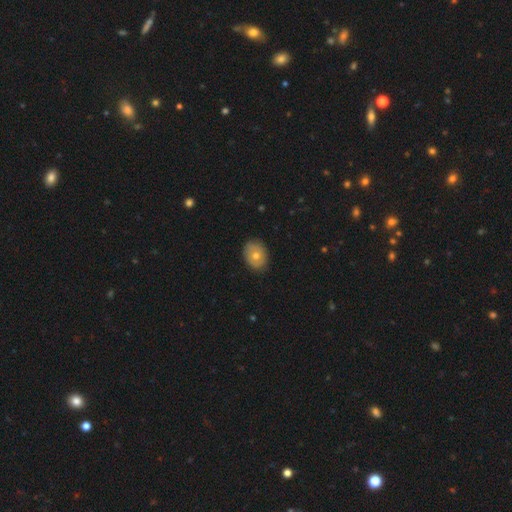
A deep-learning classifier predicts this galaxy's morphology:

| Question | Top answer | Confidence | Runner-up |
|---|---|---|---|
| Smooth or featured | smooth | 63% | featured or disk (28%) |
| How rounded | in between | 67% | round (32%) |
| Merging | none | 86% | minor disturbance (11%) |